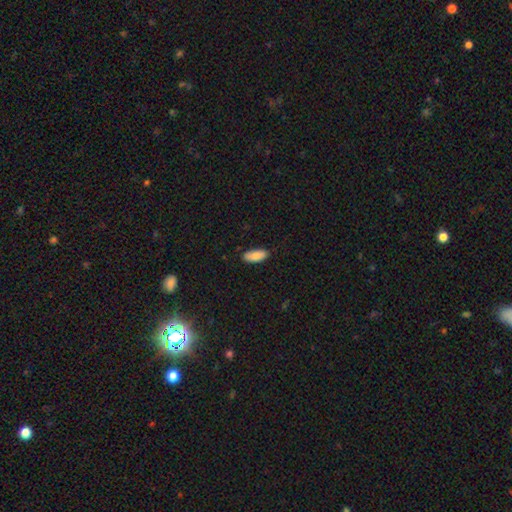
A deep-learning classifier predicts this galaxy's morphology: This appears to be a smooth galaxy with no disk features (87%) that is in between round and cigar-shaped (83%). Merging: none (82%).